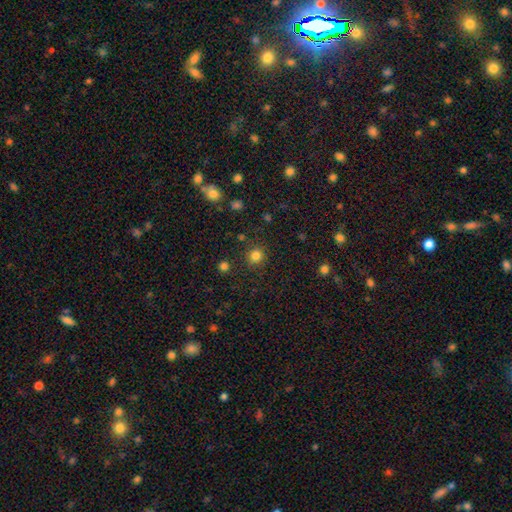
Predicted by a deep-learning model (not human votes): smooth-or-featured: smooth: 82% | star or artifact: 13% | featured or disk: 5%
  how-rounded: round: 91% | in between: 8% | cigar-shaped: 1%
  merging: none: 88% | minor disturbance: 7% | major disturbance: 3% | merger: 2%